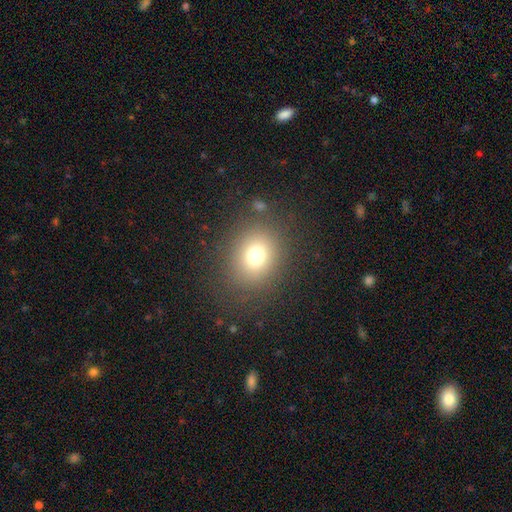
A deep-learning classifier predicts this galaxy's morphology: smooth_or_featured: smooth (p=0.72) [alt: star or artifact p=0.17]
how_rounded: round (p=0.72) [alt: in between p=0.27]
merging: none (p=0.82) [alt: minor disturbance p=0.09]